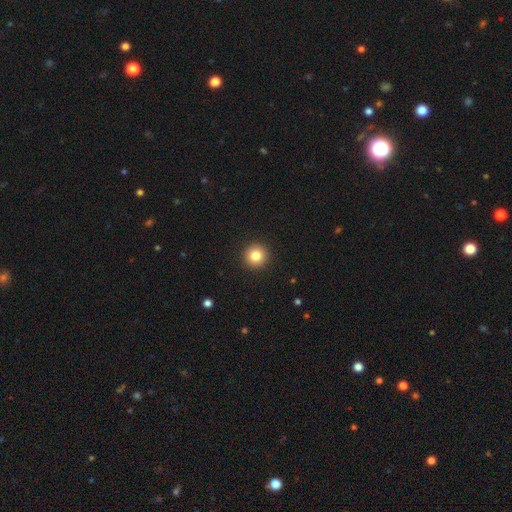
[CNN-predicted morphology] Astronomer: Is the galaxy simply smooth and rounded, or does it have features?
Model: smooth — 83%.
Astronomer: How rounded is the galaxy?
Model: round — 96%.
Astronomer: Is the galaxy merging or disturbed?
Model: none — 93%.